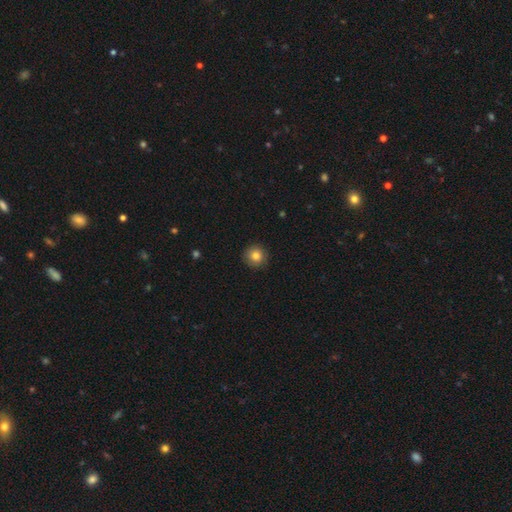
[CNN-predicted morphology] smooth_or_featured: smooth (p=0.82) [alt: star or artifact p=0.10]
how_rounded: round (p=0.94) [alt: in between p=0.05]
merging: none (p=0.89) [alt: minor disturbance p=0.08]